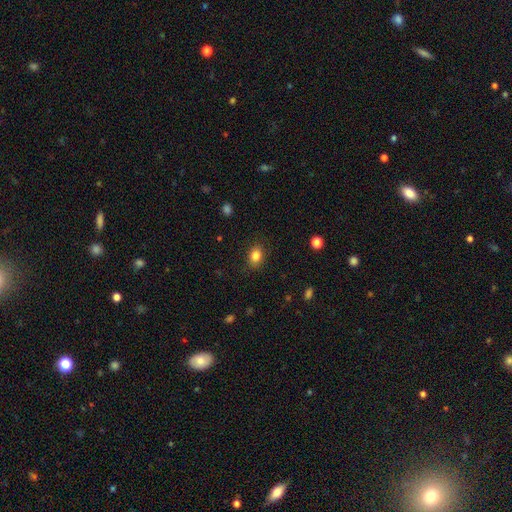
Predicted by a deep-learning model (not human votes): This appears to be a smooth galaxy with no disk features (84%) that is in between round and cigar-shaped (66%). Merging: none (86%).